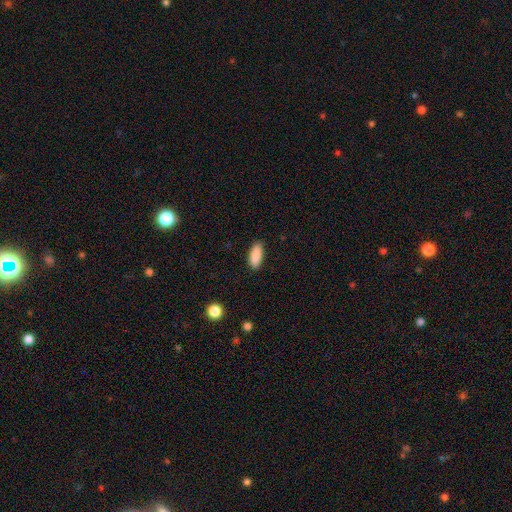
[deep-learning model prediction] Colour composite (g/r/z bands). It shows a smooth galaxy with no disk features (90%) that is in between round and cigar-shaped (78%). Merging: none (88%).